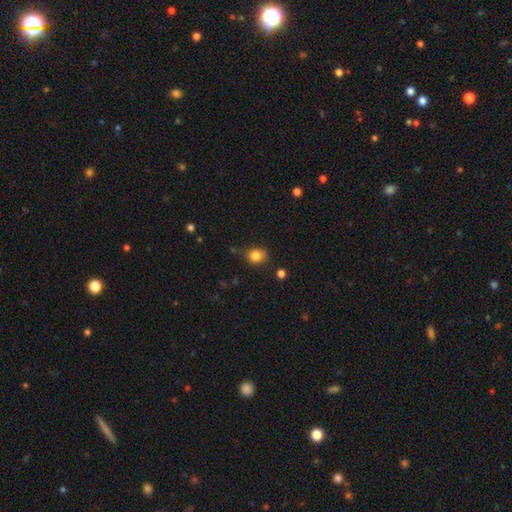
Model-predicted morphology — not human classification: Smooth or featured?
  - smooth: 84% *
  - star or artifact: 11%
  - featured or disk: 5%
How rounded?
  - round: 70% *
  - in between: 29%
  - cigar-shaped: 1%
Merging?
  - none: 73% *
  - minor disturbance: 19%
  - major disturbance: 4%
  - merger: 3%